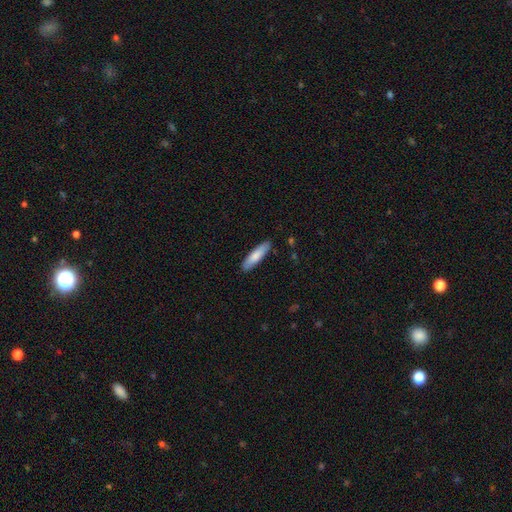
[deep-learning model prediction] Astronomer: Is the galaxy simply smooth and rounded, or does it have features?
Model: smooth — 80%.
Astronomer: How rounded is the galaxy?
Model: cigar-shaped — 71%.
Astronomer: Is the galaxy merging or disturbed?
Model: none — 88%.